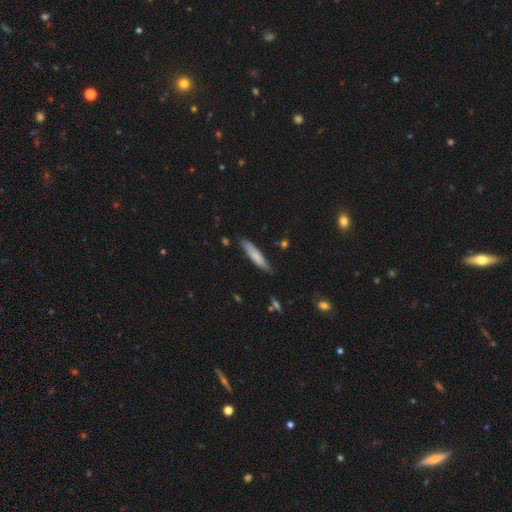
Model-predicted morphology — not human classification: type=smooth (76%); roundness=cigar-shaped (86%); merging=none (81%).